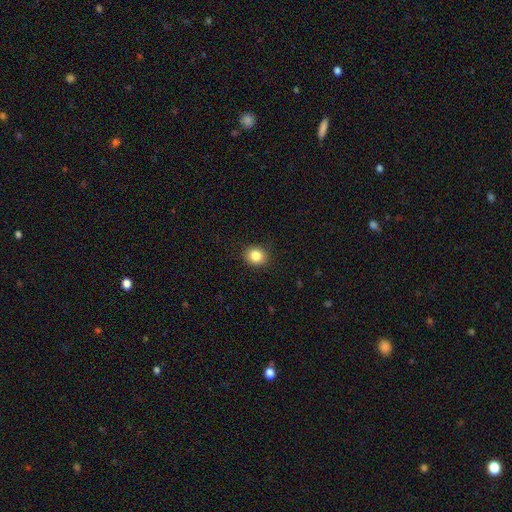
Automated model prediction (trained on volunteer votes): smooth-or-featured: smooth: 85% | star or artifact: 10% | featured or disk: 5%
  how-rounded: round: 74% | in between: 25% | cigar-shaped: 1%
  merging: none: 90% | minor disturbance: 7% | major disturbance: 2% | merger: 1%